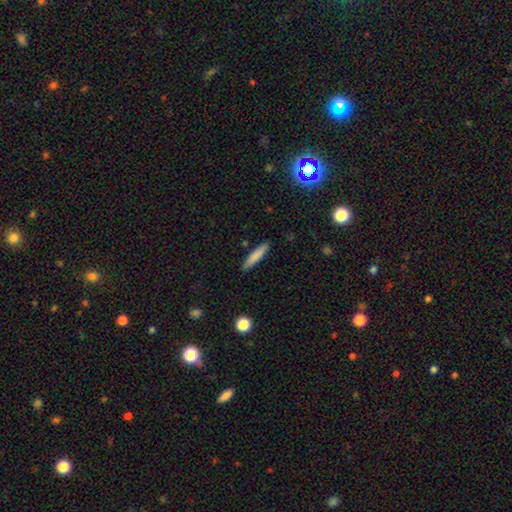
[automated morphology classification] The model was most divided on "smooth or featured": smooth: 81%, featured or disk: 12%, star or artifact: 7%. More confident: how rounded — cigar-shaped (87%); merging — none (87%).